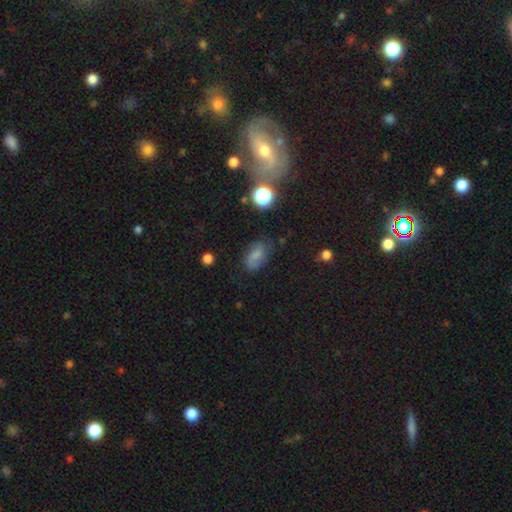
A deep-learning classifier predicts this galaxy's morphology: Smooth or featured?
  - smooth: 49% *
  - featured or disk: 36%
  - star or artifact: 15%
Merging?
  - none: 67% *
  - minor disturbance: 22%
  - major disturbance: 9%
  - merger: 2%